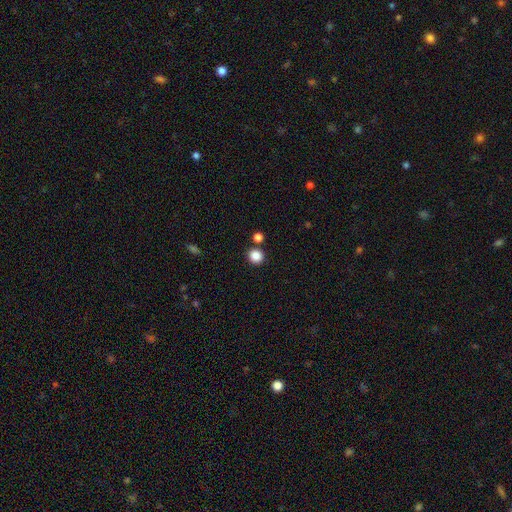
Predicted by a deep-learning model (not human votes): This is clearly a smooth galaxy (86%). How rounded: clearly round (90%). Merging: clearly none (82%).